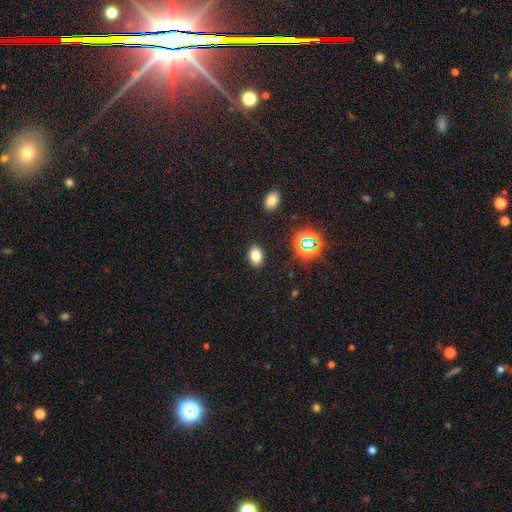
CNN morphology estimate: Smooth or featured? smooth (76%)
How rounded? in between (83%)
Merging? none (88%)